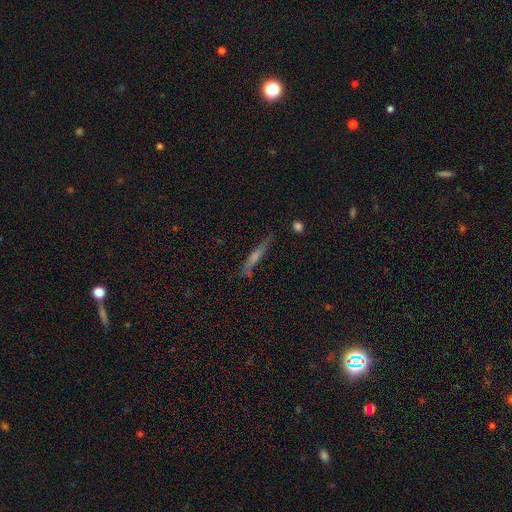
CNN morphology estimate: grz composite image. It shows a featured or disk galaxy (51%) viewed edge-on (92%). Merging: none (76%).